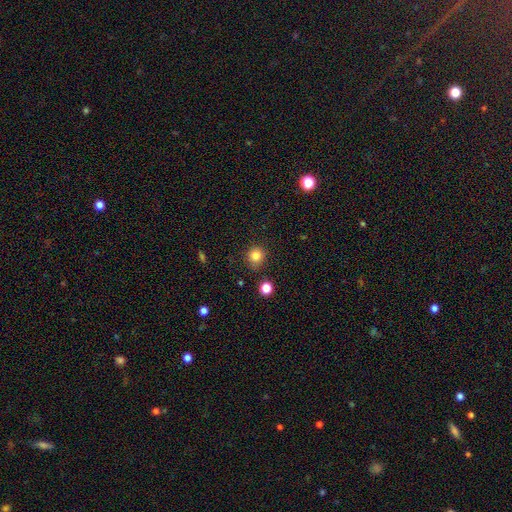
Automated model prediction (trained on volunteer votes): The model was most divided on "smooth or featured": smooth: 82%, star or artifact: 12%, featured or disk: 5%. More confident: how rounded — round (90%); merging — none (84%).